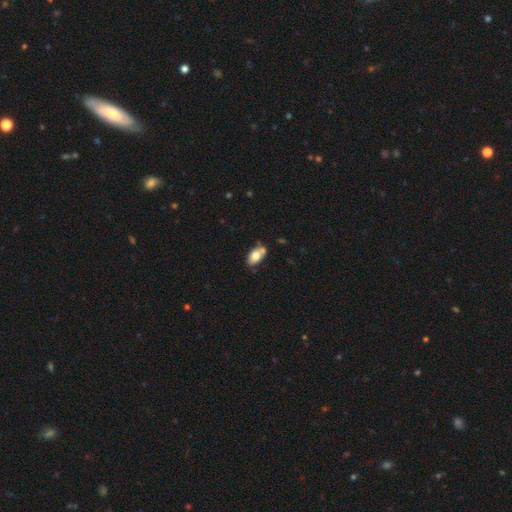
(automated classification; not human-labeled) The model was most divided on "merging": none: 57%, minor disturbance: 19%, merger: 19%, major disturbance: 5%. More confident: how rounded — in between (91%); smooth or featured — smooth (74%).